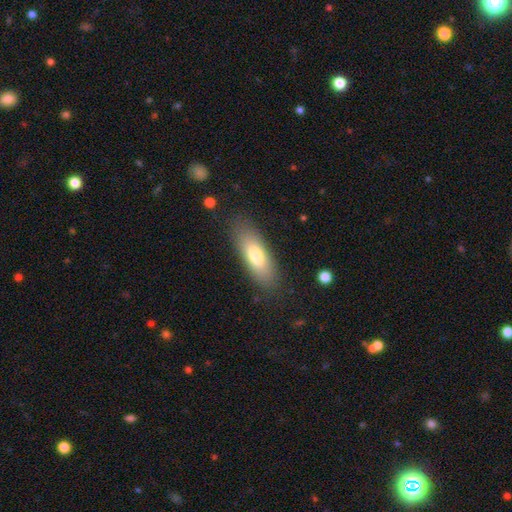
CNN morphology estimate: Smooth or featured? Predicted: smooth (p=0.74). How rounded? Predicted: in between (p=0.70). Merging? Predicted: none (p=0.83).